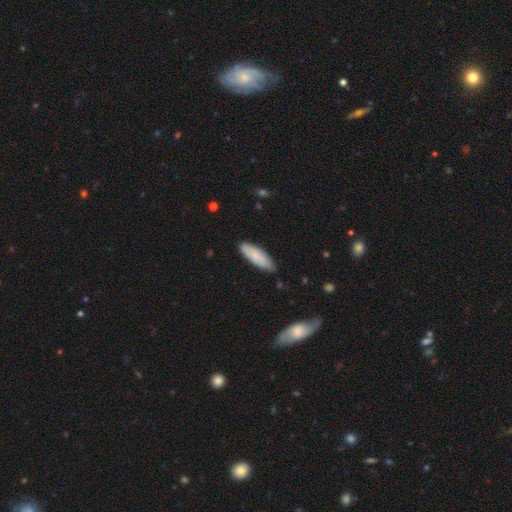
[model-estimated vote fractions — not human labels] Smooth or featured? smooth (74%)
How rounded? in between (54%)
Merging? none (79%)